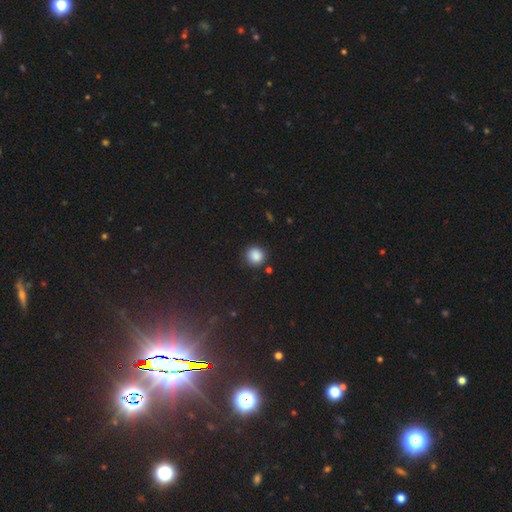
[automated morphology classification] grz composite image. It shows a smooth galaxy with no disk features (87%) that is round (91%). Merging: none (87%).